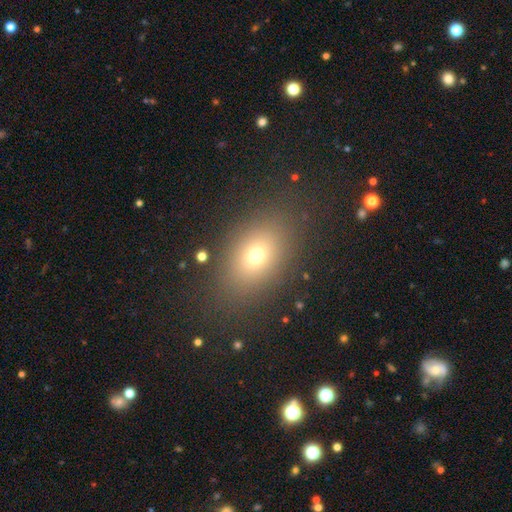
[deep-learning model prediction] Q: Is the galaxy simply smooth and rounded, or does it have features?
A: smooth — 69%.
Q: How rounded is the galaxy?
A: in between — 75%.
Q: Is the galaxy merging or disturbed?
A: none — 86%.